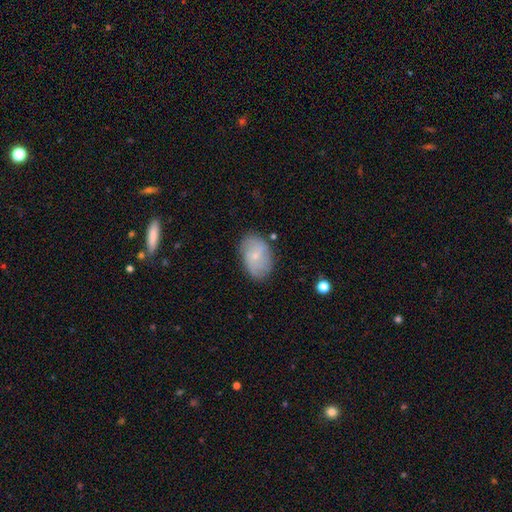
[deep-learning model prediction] Smooth or featured? smooth (50%)
Merging? none (76%)